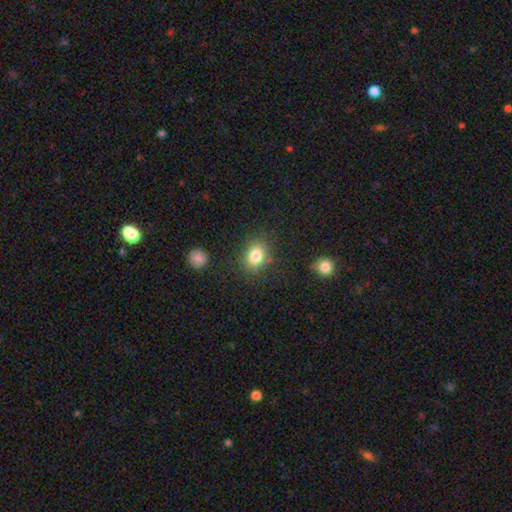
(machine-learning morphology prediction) Smooth or featured? Predicted: smooth (p=0.83). How rounded? Predicted: in between (p=0.60). Merging? Predicted: none (p=0.79).